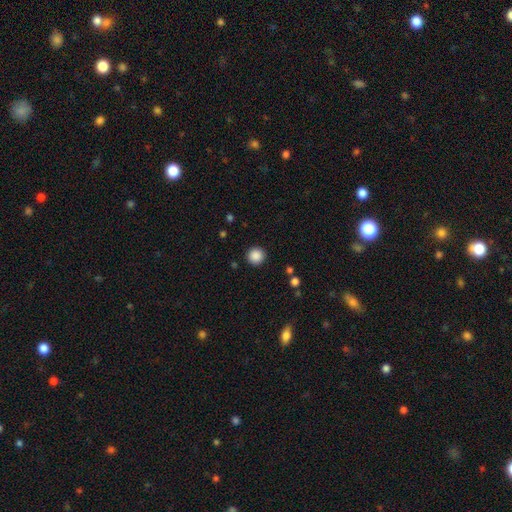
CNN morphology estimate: Overall: smooth (88%). How rounded: round (95%). Merging: none (92%).